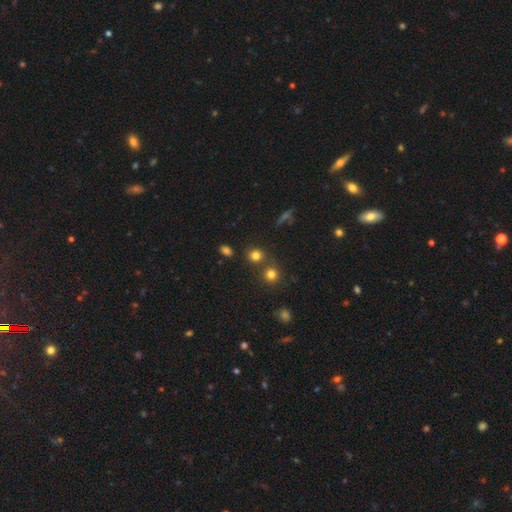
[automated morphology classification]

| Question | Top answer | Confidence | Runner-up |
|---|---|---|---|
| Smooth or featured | smooth | 78% | star or artifact (16%) |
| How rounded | round | 79% | in between (20%) |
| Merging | none | 71% | merger (17%) |